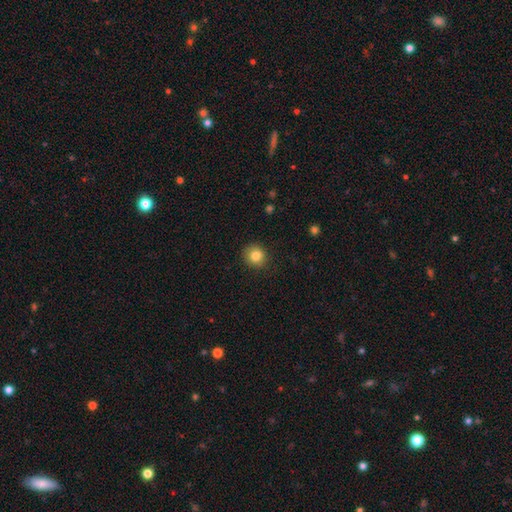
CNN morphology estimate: smooth-or-featured: smooth: 83% | star or artifact: 11% | featured or disk: 6%
  how-rounded: round: 88% | in between: 11% | cigar-shaped: 1%
  merging: none: 89% | minor disturbance: 7% | major disturbance: 2% | merger: 1%